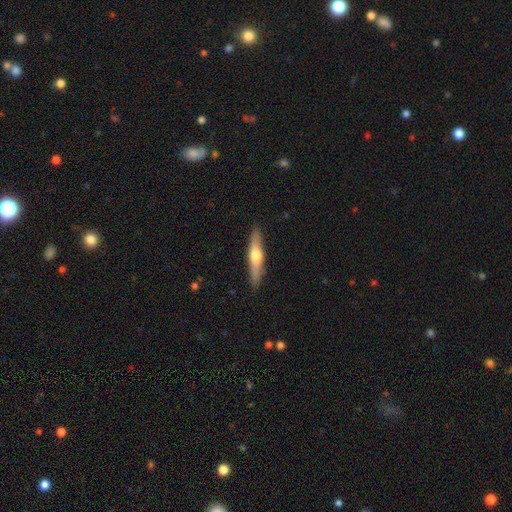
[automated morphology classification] smooth_or_featured: smooth (p=0.48) [alt: featured or disk p=0.47]
merging: none (p=0.88) [alt: minor disturbance p=0.09]